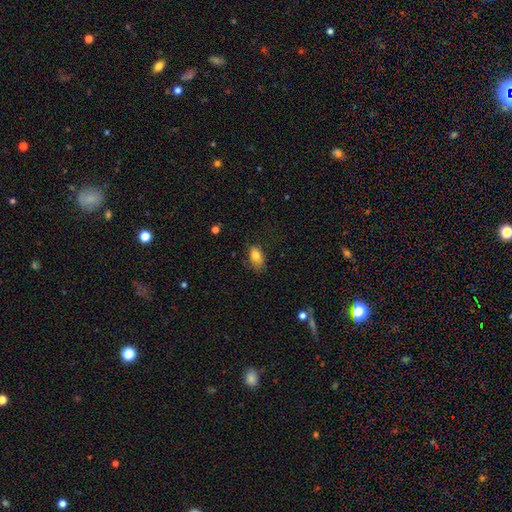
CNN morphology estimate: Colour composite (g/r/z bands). It shows a smooth galaxy with no disk features (78%) that is in between round and cigar-shaped (88%). Merging: none (65%).